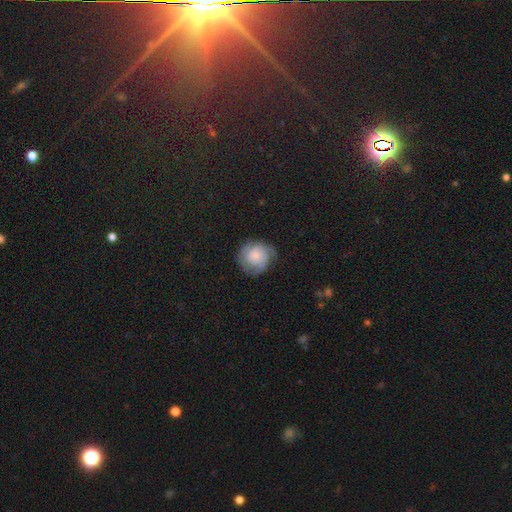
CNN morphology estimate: This is possibly a featured or disk galaxy (51%). It is clearly not viewed edge-on (98%). Bar: clearly no (80%). Spiral arm pattern: clearly yes (86%). Central bulge: marginally small (33%). Merging: likely none (64%).